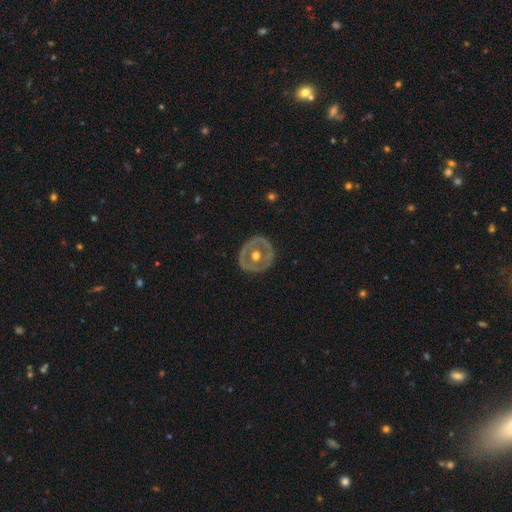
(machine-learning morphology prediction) This appears to be a featured or disk galaxy (62%) with no bar (84%), no spiral arms (91%) and a moderate central bulge (77%). Merging: none (82%).